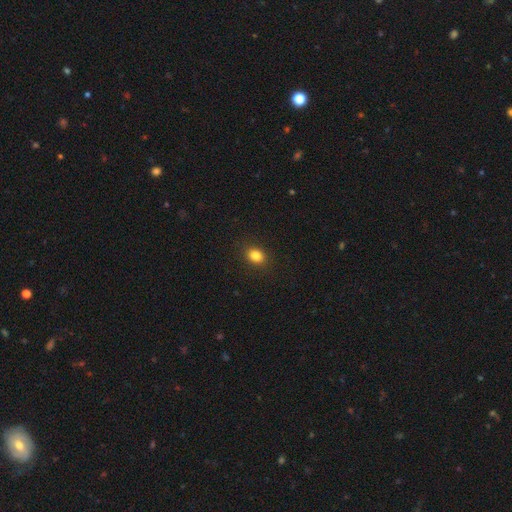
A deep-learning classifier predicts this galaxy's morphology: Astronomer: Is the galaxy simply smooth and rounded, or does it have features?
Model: smooth — 84%.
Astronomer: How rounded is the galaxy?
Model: round — 53% (runner-up: in between, 46%).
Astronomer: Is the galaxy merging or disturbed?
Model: none — 89%.